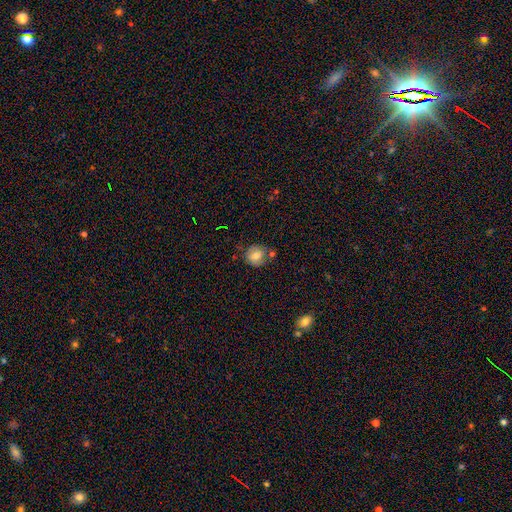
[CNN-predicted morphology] The model was most divided on "merging": none: 68%, minor disturbance: 18%, merger: 9%, major disturbance: 4%. More confident: how rounded — round (78%); smooth or featured — smooth (71%).